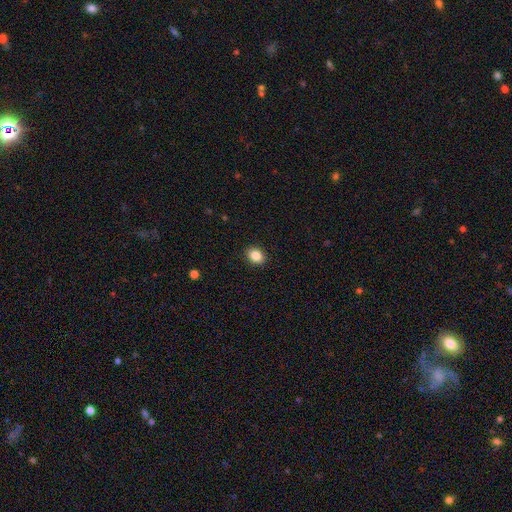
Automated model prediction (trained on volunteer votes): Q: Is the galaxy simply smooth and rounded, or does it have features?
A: smooth — 86%.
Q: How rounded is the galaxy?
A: in between — 54%.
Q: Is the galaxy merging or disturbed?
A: none — 91%.